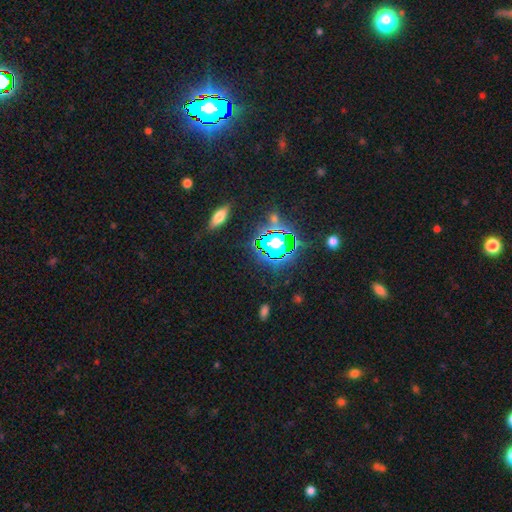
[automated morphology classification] Overall: star or artifact (83%).